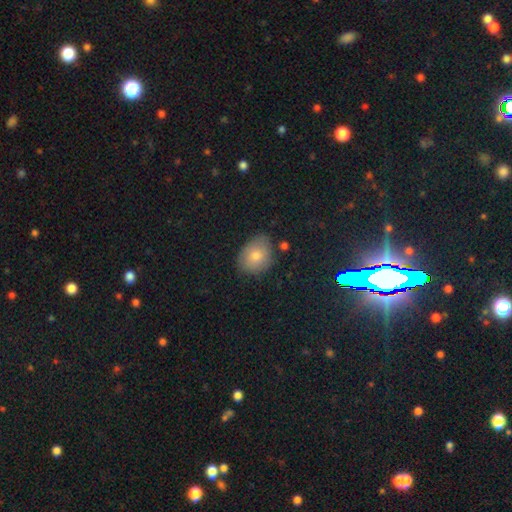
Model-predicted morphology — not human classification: type=smooth (74%); roundness=in between (56%); merging=none (73%).